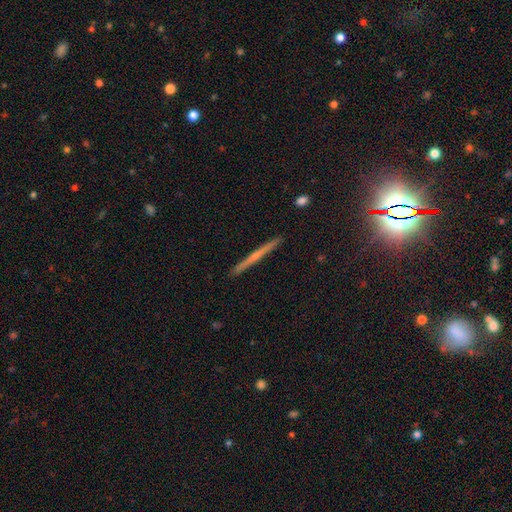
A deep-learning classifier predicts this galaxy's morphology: type=featured or disk (62%); edge-on=yes (98%); edge-on bulge=none (53%); merging=none (92%).